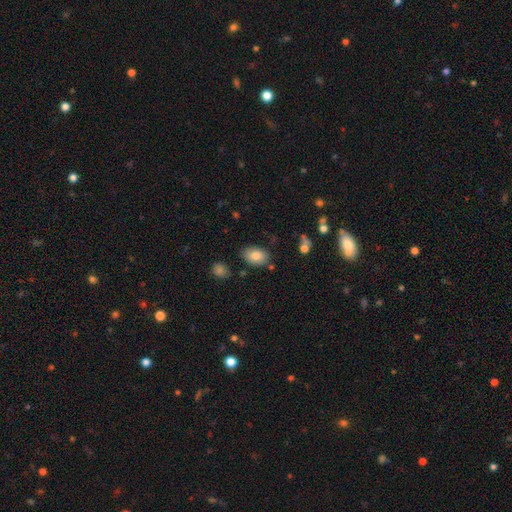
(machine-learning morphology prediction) The model was most divided on "merging": none: 78%, minor disturbance: 15%, merger: 4%, major disturbance: 3%. More confident: how rounded — in between (85%); smooth or featured — smooth (81%).